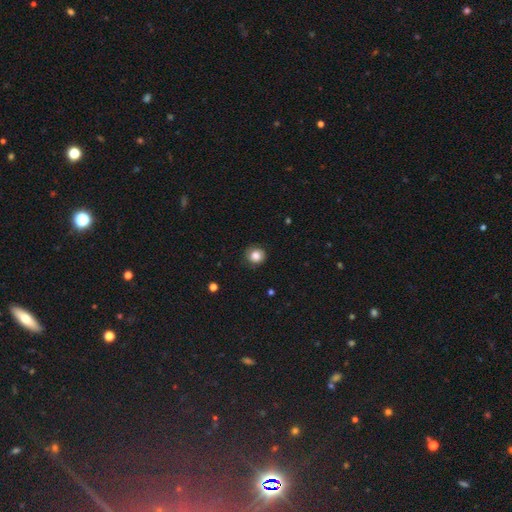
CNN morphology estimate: A smooth galaxy with no disk features (84%) that is round (88%).

Vote fractions:
- Smooth or featured? smooth: 84% / star or artifact: 10% / featured or disk: 5%
- How rounded? round: 88% / in between: 11% / cigar-shaped: 1%
- Merging? none: 86% / minor disturbance: 11% / major disturbance: 2% / merger: 1%